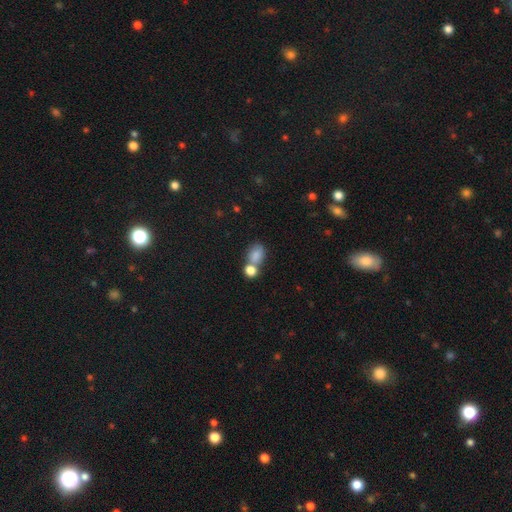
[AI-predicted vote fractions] Smooth or featured? smooth (81%)
How rounded? in between (67%)
Merging? merger (45%)